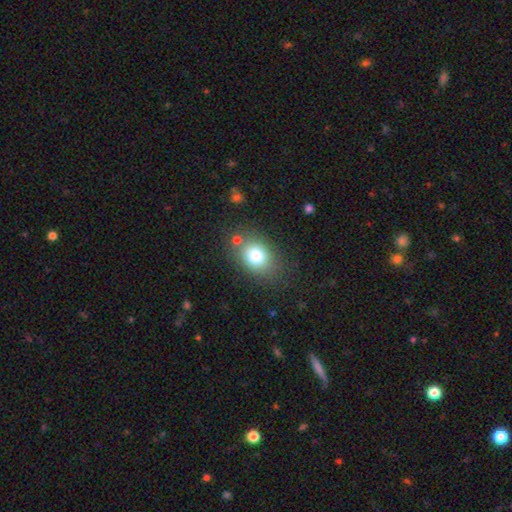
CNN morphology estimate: This appears to be a smooth galaxy with no disk features (78%) that is in between round and cigar-shaped (66%). Merging: none (74%).